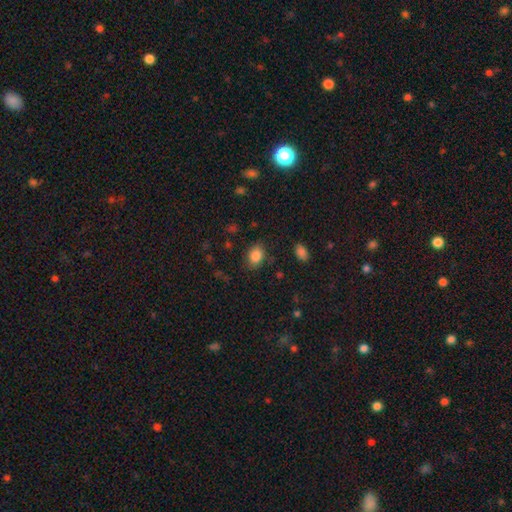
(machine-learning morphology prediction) type=smooth (85%); roundness=in between (67%); merging=none (82%).